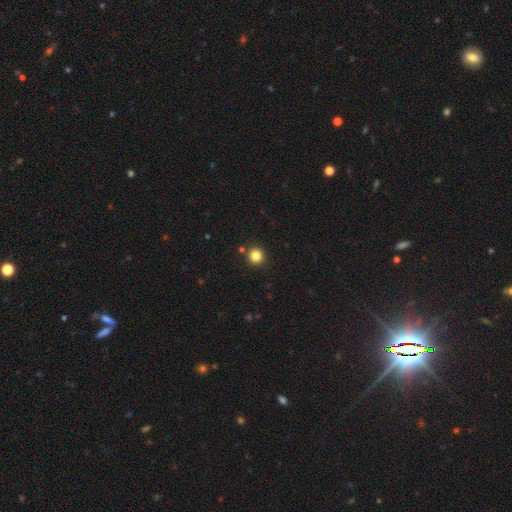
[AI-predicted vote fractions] A smooth galaxy with no disk features (83%) that is round (95%). Merging: none (89%).